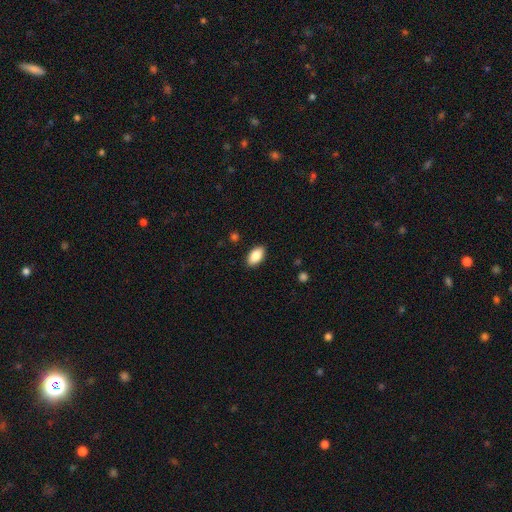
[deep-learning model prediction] The model was most divided on "smooth or featured": smooth: 86%, featured or disk: 7%, star or artifact: 7%. More confident: how rounded — in between (93%); merging — none (89%).